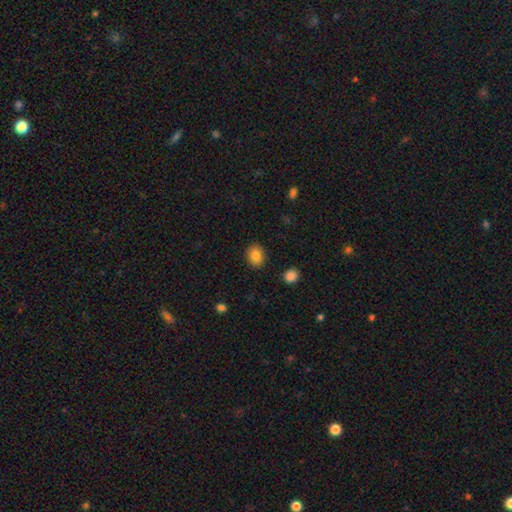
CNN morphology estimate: This appears to be a smooth galaxy with no disk features (86%) that is in between round and cigar-shaped (55%). Merging: none (89%).